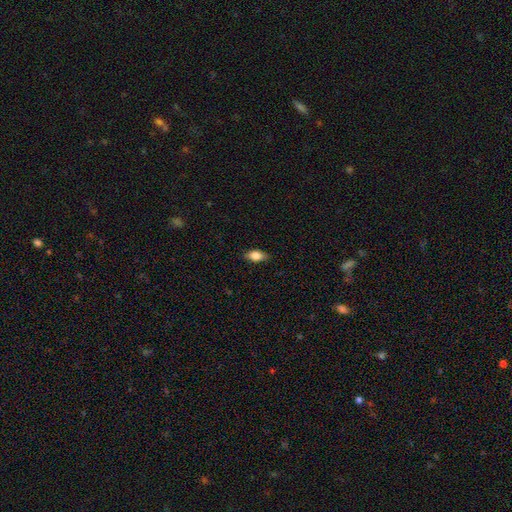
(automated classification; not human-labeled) Q: Smooth or featured?
A: smooth (77%); runner-up: featured or disk (16%)
Q: How rounded?
A: in between (85%); runner-up: cigar-shaped (10%)
Q: Merging?
A: none (86%); runner-up: minor disturbance (11%)